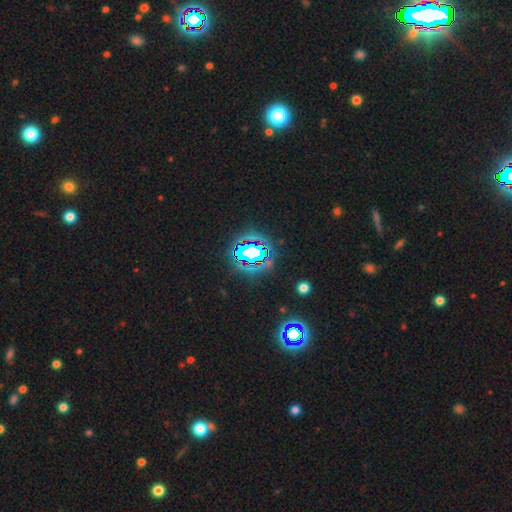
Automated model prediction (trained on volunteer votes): A star or artifact, not a galaxy (79%).

Vote fractions:
- Smooth or featured? star or artifact: 79% / smooth: 13% / featured or disk: 8%